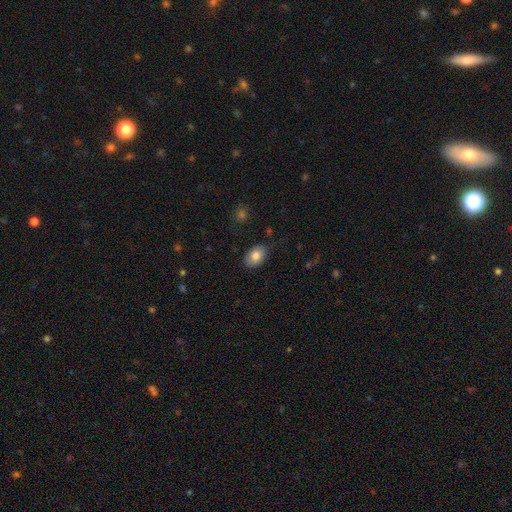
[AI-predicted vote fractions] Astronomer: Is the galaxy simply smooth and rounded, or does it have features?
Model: smooth — 82%.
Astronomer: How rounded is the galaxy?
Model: in between — 84%.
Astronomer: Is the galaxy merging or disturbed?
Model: none — 82%.